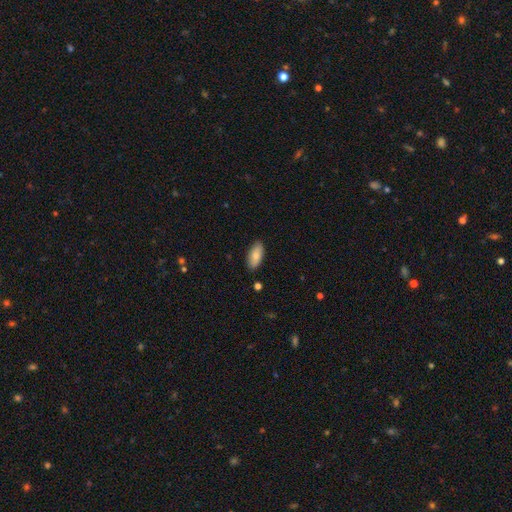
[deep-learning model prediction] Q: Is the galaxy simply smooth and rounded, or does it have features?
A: smooth — 82%.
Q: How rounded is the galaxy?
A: in between — 85%.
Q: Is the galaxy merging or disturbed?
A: none — 87%.